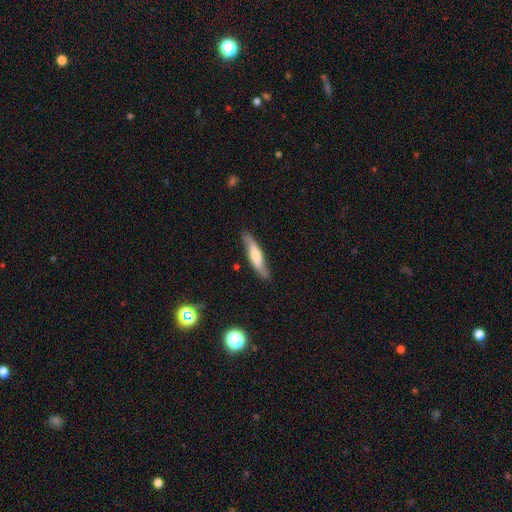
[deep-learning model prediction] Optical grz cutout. It shows a smooth galaxy with no disk features (51%) that is cigar-shaped (81%). Merging: none (81%).